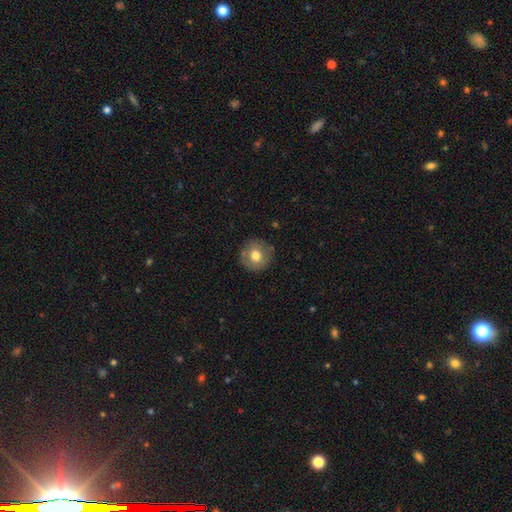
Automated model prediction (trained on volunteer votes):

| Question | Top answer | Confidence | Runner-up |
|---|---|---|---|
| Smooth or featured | smooth | 71% | featured or disk (20%) |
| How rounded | round | 94% | in between (5%) |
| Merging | none | 86% | minor disturbance (10%) |